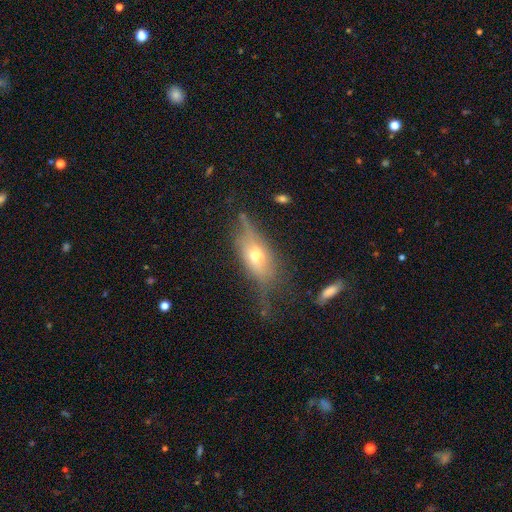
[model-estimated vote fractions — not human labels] Smooth or featured? Predicted: smooth (p=0.50). How rounded? Predicted: in between (p=0.71). Merging? Predicted: none (p=0.48).